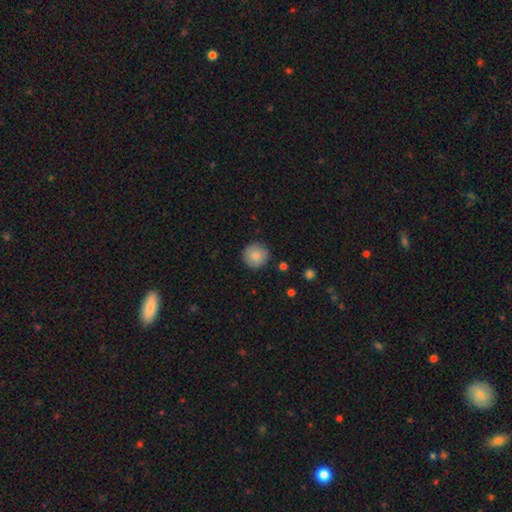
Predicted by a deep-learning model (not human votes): Morphology: type=smooth (84%); roundness=round (95%); merging=none (89%).